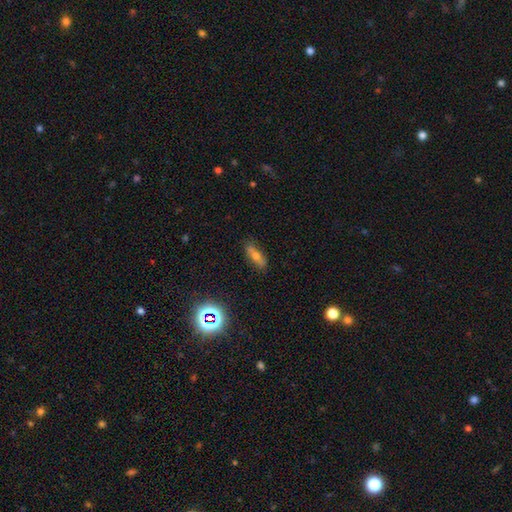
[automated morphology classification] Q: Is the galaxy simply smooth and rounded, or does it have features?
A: smooth — 50%.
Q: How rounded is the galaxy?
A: cigar-shaped — 48%.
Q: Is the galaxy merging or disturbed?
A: none — 84%.